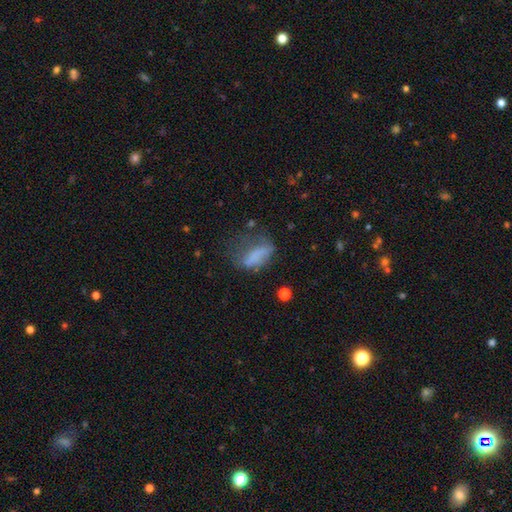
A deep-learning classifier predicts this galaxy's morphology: smooth 62%, featured or disk 24%, star or artifact 14%. Down the decision tree: how rounded — in between (77%); merging — major disturbance (38%).